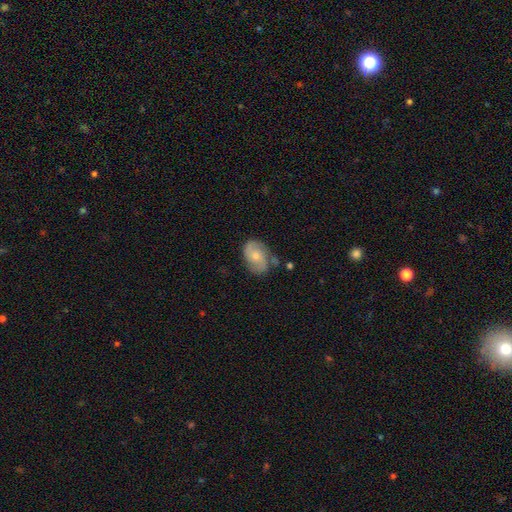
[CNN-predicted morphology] This is possibly a featured or disk galaxy (59%). It is clearly not viewed edge-on (97%). Bar: likely no (68%). Spiral arm pattern: clearly yes (87%). Central bulge: possibly moderate (51%). Merging: likely none (63%).